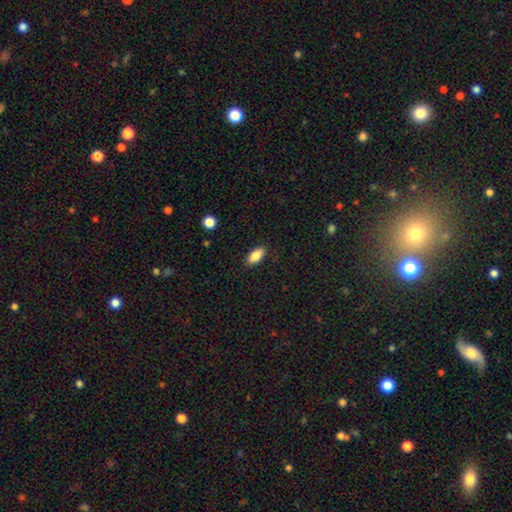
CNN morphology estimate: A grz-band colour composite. It shows a smooth galaxy with no disk features (86%) that is in between round and cigar-shaped (90%). Merging: none (87%).